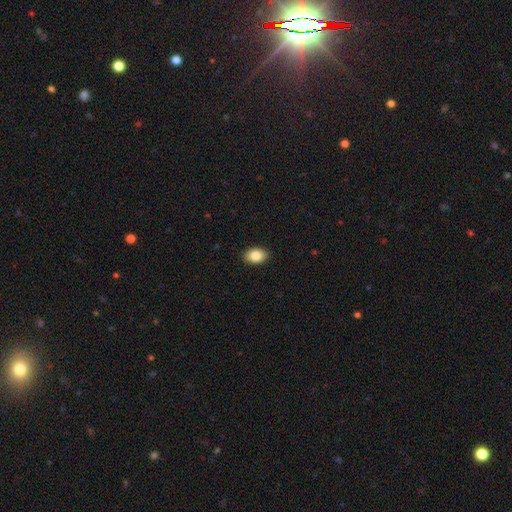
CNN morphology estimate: Smooth or featured? smooth (85%)
How rounded? in between (86%)
Merging? none (90%)